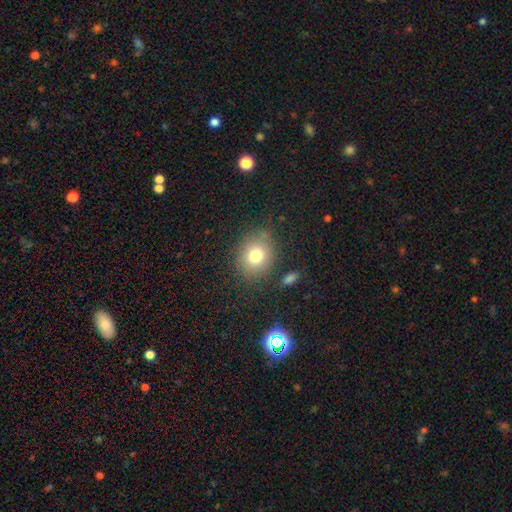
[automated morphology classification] Smooth or featured?
  - smooth: 76% *
  - star or artifact: 12%
  - featured or disk: 11%
How rounded?
  - round: 62% *
  - in between: 37%
  - cigar-shaped: 1%
Merging?
  - none: 80% *
  - minor disturbance: 12%
  - major disturbance: 4%
  - merger: 3%